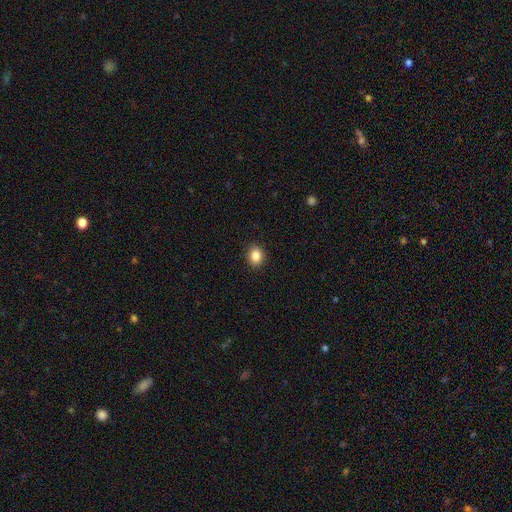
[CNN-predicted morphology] A smooth galaxy with no disk features (86%) that is round (59%). Merging: none (90%).